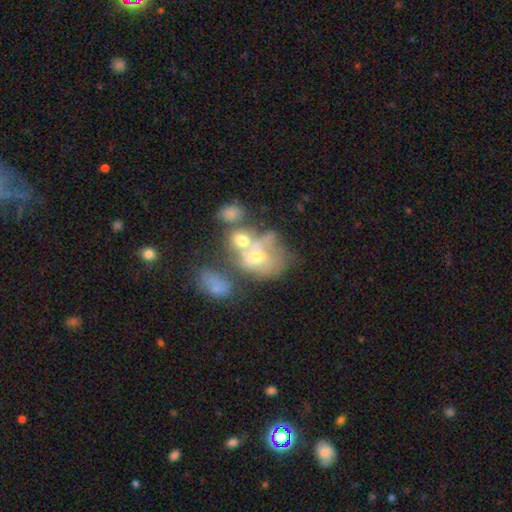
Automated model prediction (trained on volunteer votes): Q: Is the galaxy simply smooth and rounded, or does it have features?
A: featured or disk — 46%.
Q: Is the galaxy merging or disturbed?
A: merger — 54%.